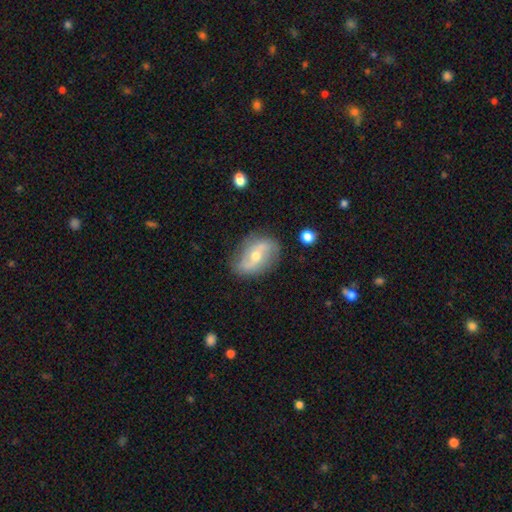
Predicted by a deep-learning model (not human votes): A featured or disk galaxy (73%) with no bar (41%), 2 (88%) loose (60%) spiral arms (87%) and a moderate central bulge (63%). Merging: none (77%).